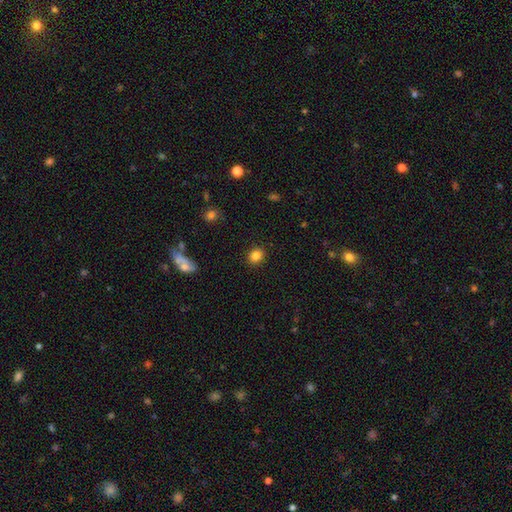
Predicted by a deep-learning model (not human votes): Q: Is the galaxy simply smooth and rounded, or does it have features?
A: smooth — 84%.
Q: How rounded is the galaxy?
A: round — 64%.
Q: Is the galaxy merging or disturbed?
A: none — 89%.